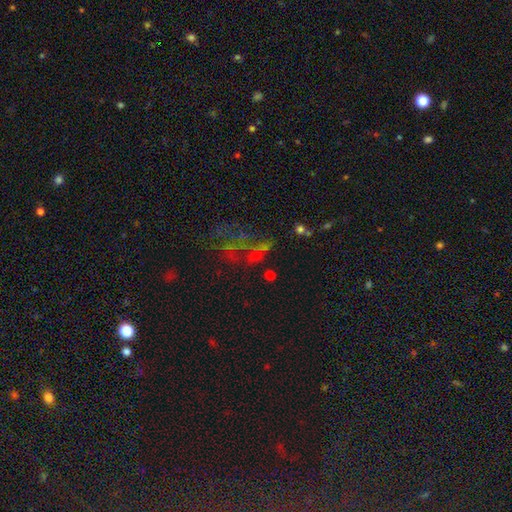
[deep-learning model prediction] A star or artifact, not a galaxy (48%).